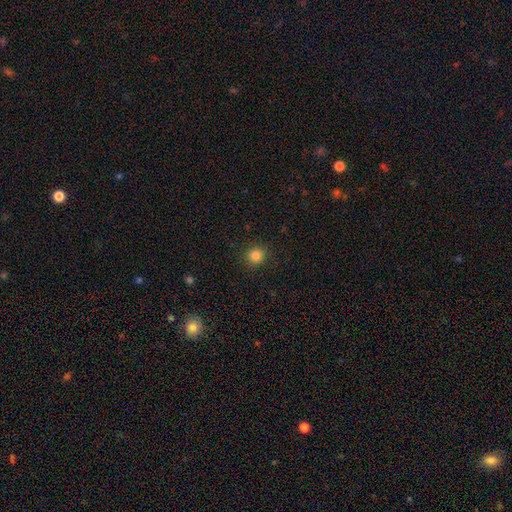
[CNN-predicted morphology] This is clearly a smooth galaxy (84%). How rounded: clearly round (93%). Merging: clearly none (91%).